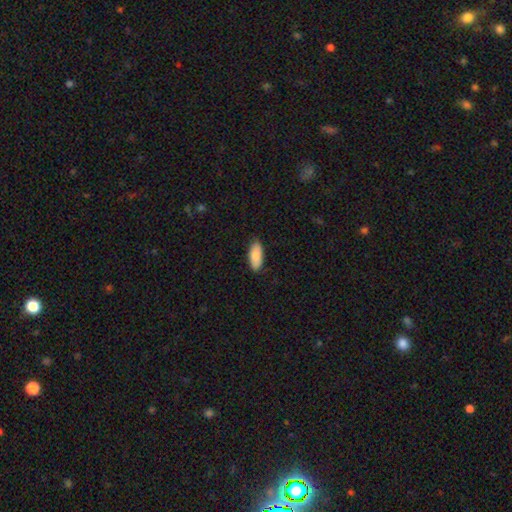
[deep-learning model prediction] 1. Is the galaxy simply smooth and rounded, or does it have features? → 86% smooth, 8% featured or disk, 6% star or artifact.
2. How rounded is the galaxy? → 84% in between, 15% cigar-shaped, 2% round.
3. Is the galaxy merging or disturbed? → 86% none, 11% minor disturbance, 2% major disturbance, 1% merger.